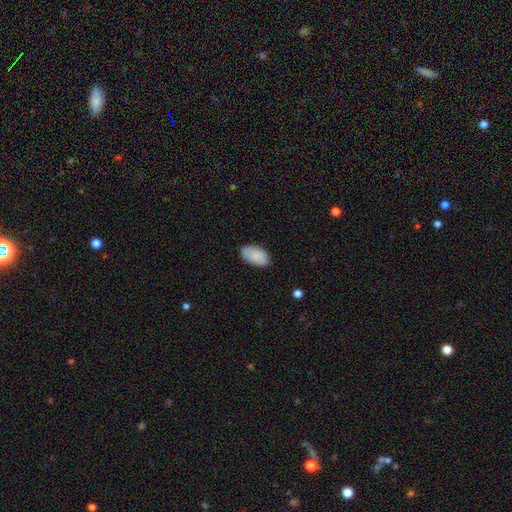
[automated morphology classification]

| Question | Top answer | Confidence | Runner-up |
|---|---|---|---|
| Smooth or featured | smooth | 87% | featured or disk (7%) |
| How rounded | in between | 94% | round (4%) |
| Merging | none | 82% | minor disturbance (15%) |